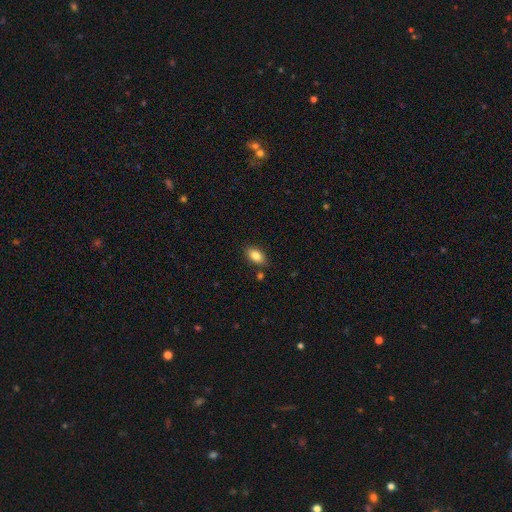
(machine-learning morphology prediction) A smooth galaxy with no disk features (84%) that is in between round and cigar-shaped (90%). Merging: none (81%).